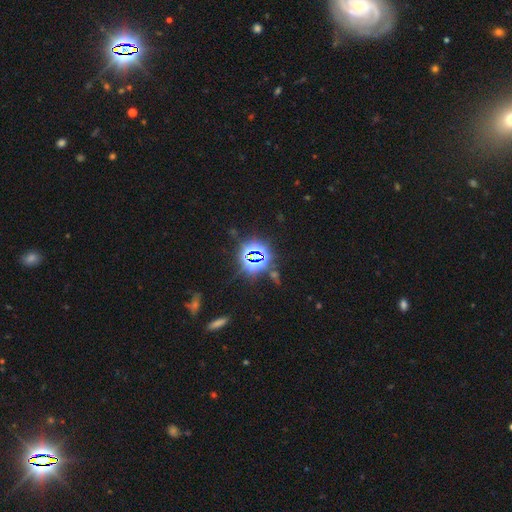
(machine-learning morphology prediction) Smooth or featured?
  - star or artifact: 79% *
  - smooth: 13%
  - featured or disk: 8%